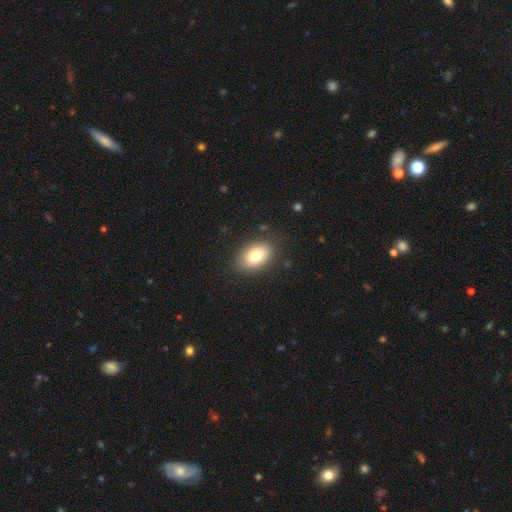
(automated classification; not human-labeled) Morphology: type=smooth (80%); roundness=in between (87%); merging=none (83%).